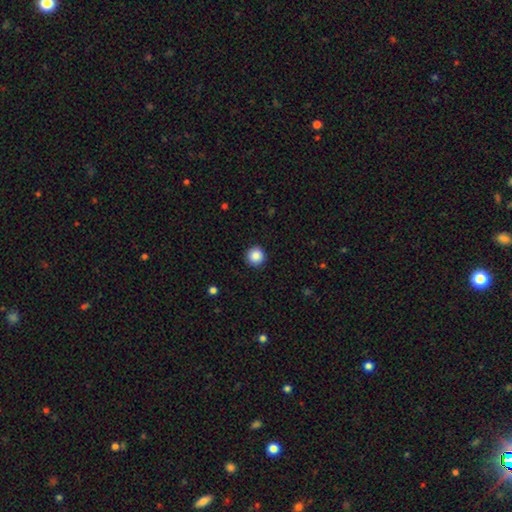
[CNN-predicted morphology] smooth 88%, star or artifact 9%, featured or disk 3%. Down the decision tree: how rounded — round (96%); merging — none (92%).